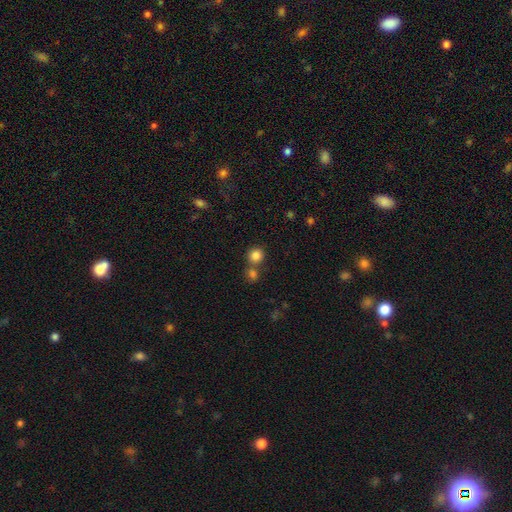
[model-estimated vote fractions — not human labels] Overall: smooth (84%). How rounded: round (88%). Merging: none (64%; merger 26%).